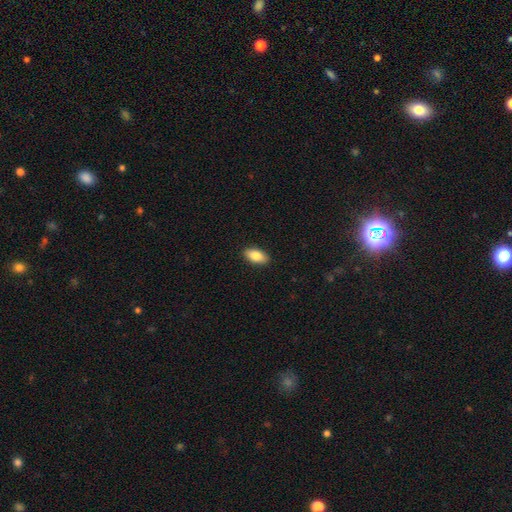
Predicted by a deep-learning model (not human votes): Smooth or featured?
  - smooth: 84% *
  - featured or disk: 10%
  - star or artifact: 6%
How rounded?
  - in between: 91% *
  - cigar-shaped: 6%
  - round: 3%
Merging?
  - none: 91% *
  - minor disturbance: 7%
  - major disturbance: 2%
  - merger: 1%